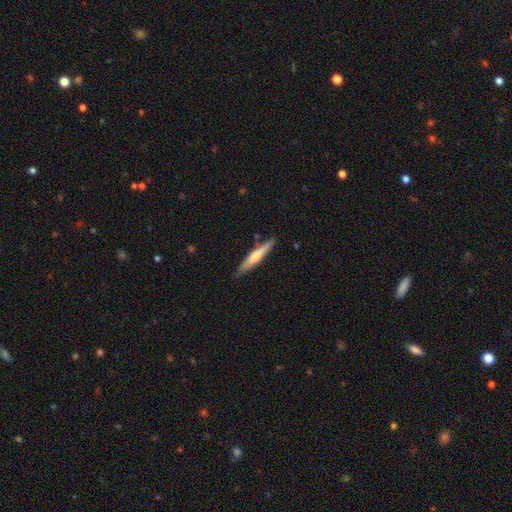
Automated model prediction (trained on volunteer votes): featured or disk 48%, smooth 47%, star or artifact 6%. Down the decision tree: merging — none (86%).